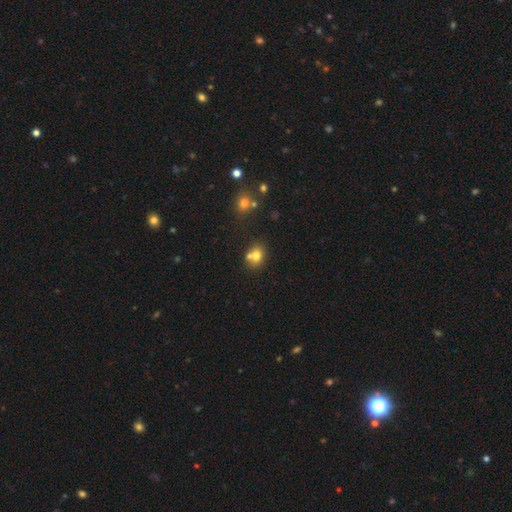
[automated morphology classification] This is likely a smooth galaxy (73%). How rounded: possibly round (56%). Merging: possibly none (47%).